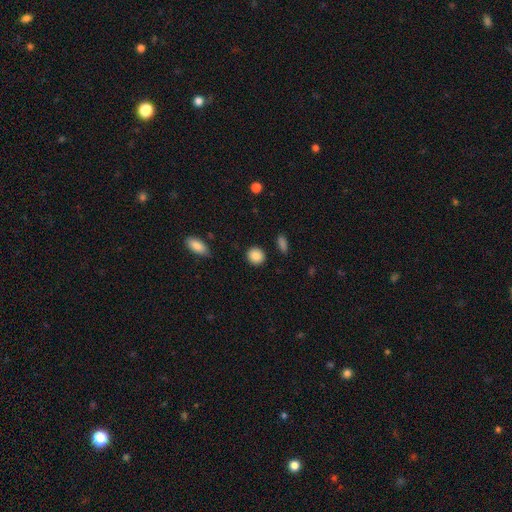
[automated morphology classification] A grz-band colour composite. It shows a smooth galaxy with no disk features (88%) that is round (82%). Merging: none (89%).